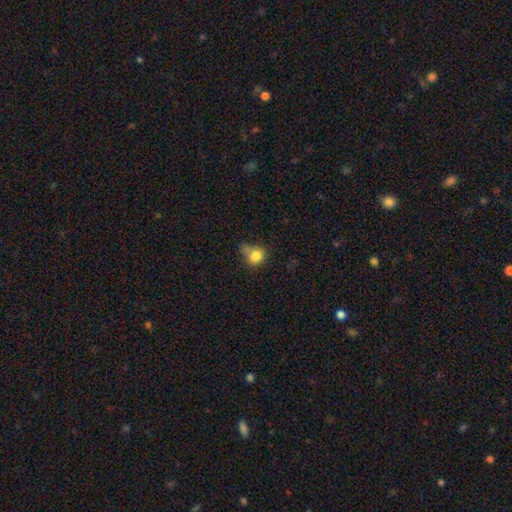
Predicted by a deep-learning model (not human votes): A smooth galaxy with no disk features (80%) that is round (66%).

Vote fractions:
- Smooth or featured? smooth: 80% / star or artifact: 11% / featured or disk: 9%
- How rounded? round: 66% / in between: 33% / cigar-shaped: 1%
- Merging? none: 42% / minor disturbance: 28% / merger: 19% / major disturbance: 12%